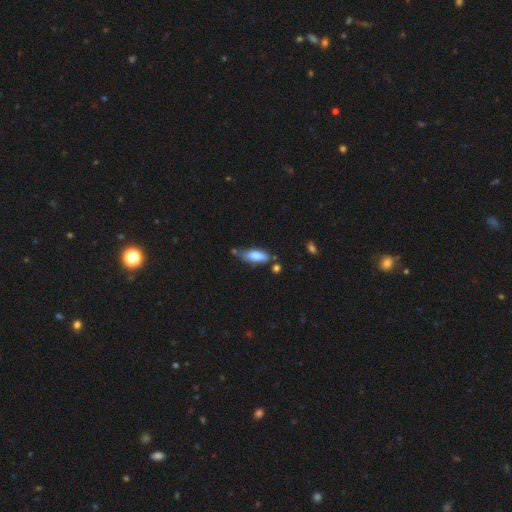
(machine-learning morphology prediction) Smooth or featured?
  - smooth: 70% *
  - featured or disk: 23%
  - star or artifact: 7%
How rounded?
  - in between: 67% *
  - cigar-shaped: 31%
  - round: 2%
Merging?
  - none: 45% *
  - minor disturbance: 31%
  - merger: 13%
  - major disturbance: 10%